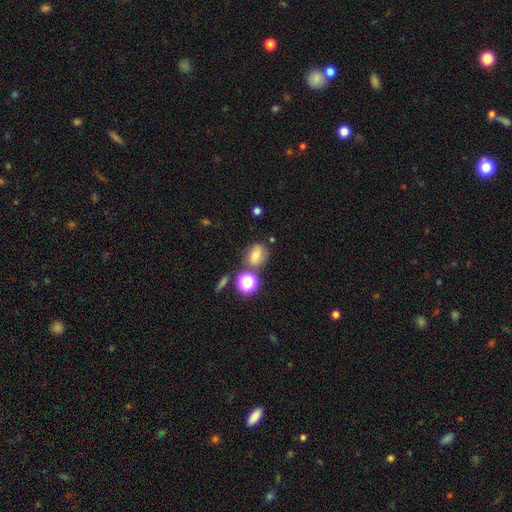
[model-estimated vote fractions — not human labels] smooth_or_featured: smooth (p=0.68) [alt: star or artifact p=0.17]
how_rounded: in between (p=0.50) [alt: round p=0.49]
merging: none (p=0.63) [alt: minor disturbance p=0.18]